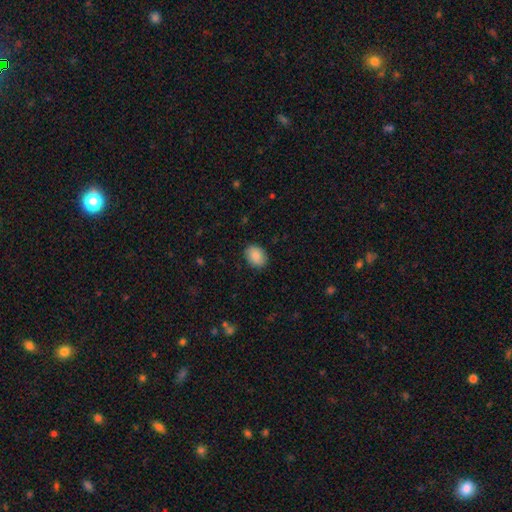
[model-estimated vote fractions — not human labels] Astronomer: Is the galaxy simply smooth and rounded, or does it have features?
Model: smooth — 87%.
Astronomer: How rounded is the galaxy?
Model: in between — 68%.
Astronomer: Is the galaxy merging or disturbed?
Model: none — 87%.